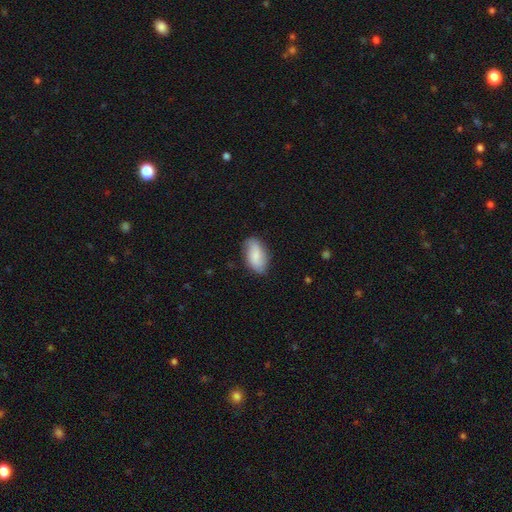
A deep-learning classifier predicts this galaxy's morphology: Smooth or featured: smooth — 75% (featured or disk — 18%)
How rounded: in between — 93% (round — 4%)
Merging: none — 78% (minor disturbance — 17%)